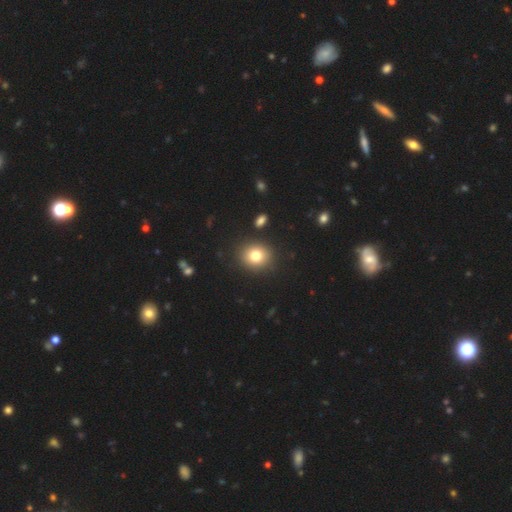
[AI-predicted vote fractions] smooth-or-featured: smooth: 79% | star or artifact: 12% | featured or disk: 9%
  how-rounded: round: 71% | in between: 28% | cigar-shaped: 1%
  merging: none: 89% | minor disturbance: 6% | merger: 3% | major disturbance: 2%